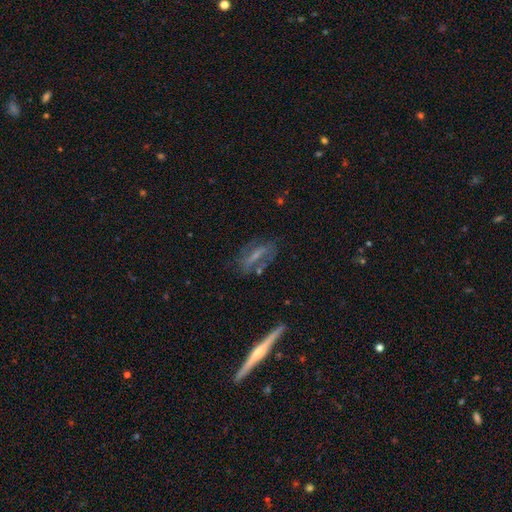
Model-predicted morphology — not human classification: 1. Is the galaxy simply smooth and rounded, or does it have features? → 56% featured or disk, 33% smooth, 11% star or artifact.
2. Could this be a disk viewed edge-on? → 73% no, 27% yes.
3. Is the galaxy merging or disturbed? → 61% none, 21% minor disturbance, 13% major disturbance, 4% merger.